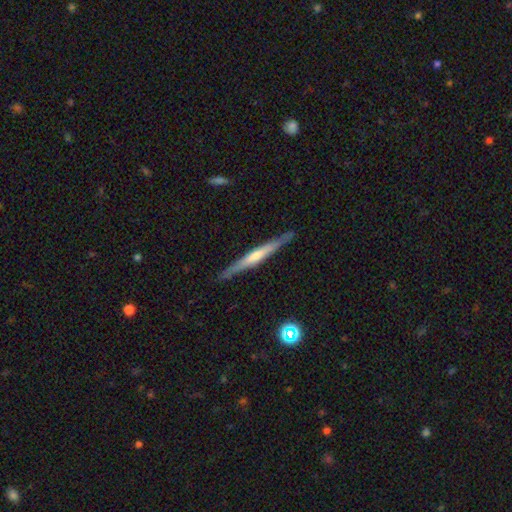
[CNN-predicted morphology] Q: Smooth or featured?
A: featured or disk (67%); runner-up: smooth (27%)
Q: Edge-on disk?
A: yes (97%); runner-up: no (3%)
Q: Edge-on bulge?
A: rounded (50%); runner-up: none (34%)
Q: Merging?
A: none (89%); runner-up: minor disturbance (8%)